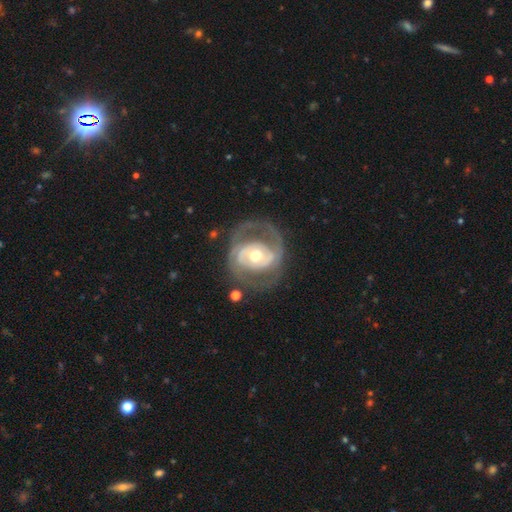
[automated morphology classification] A featured or disk galaxy (82%) with no bar (54%), 2 (73%) medium (42%) spiral arms (80%) and a moderate central bulge (71%).

Vote fractions:
- Smooth or featured? featured or disk: 82% / smooth: 13% / star or artifact: 5%
- Edge-on disk? no: 97% / yes: 3%
- Bar? no: 54% / weak: 30% / strong: 16%
- Spiral arms? yes: 80% / no: 20%
- Spiral winding? medium: 42% / tight: 40% / loose: 18%
- Spiral arm count? 2: 73% / can't tell: 13% / 1: 6% / 3: 4% / 4: 2% / more than 4: 2%
- Bulge size? moderate: 71% / small: 16% / large: 11% / dominant: 1% / none: 1%
- Merging? none: 65% / minor disturbance: 17% / major disturbance: 16% / merger: 2%